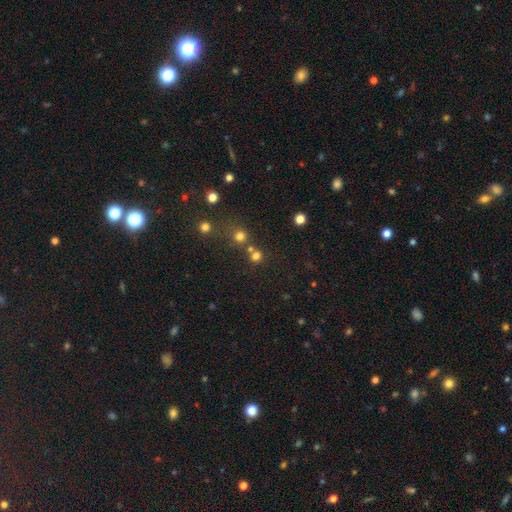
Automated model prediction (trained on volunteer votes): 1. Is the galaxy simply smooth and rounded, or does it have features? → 72% smooth, 21% star or artifact, 7% featured or disk.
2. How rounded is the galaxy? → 90% round, 9% in between, 1% cigar-shaped.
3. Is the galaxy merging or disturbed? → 63% none, 27% merger, 7% minor disturbance, 4% major disturbance.